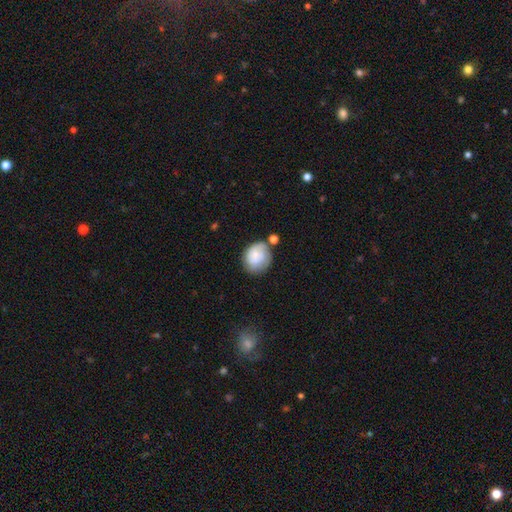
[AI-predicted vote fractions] Overall: smooth (62%; featured or disk 30%). How rounded: round (63%; in between 36%). Merging: none (56%; minor disturbance 24%).